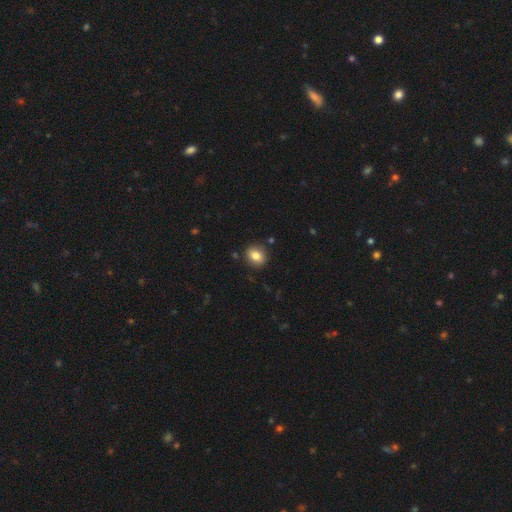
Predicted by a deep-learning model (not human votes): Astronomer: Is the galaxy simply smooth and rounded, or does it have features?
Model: smooth — 83%.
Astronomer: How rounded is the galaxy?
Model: round — 64%.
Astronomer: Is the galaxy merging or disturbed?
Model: none — 88%.